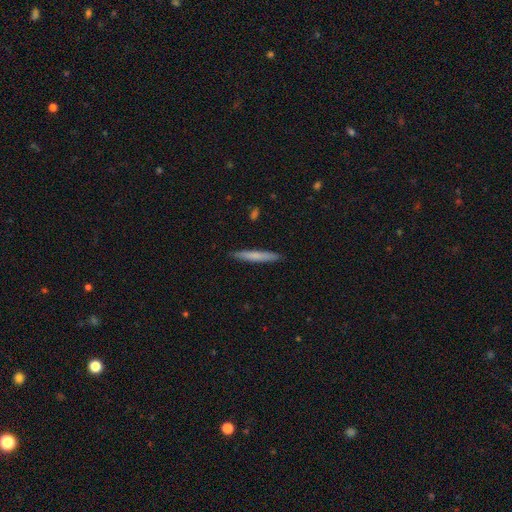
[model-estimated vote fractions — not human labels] smooth-or-featured: smooth: 70% | featured or disk: 24% | star or artifact: 6%
  how-rounded: cigar-shaped: 96% | in between: 3% | round: 1%
  merging: none: 91% | minor disturbance: 7% | major disturbance: 1% | merger: 1%